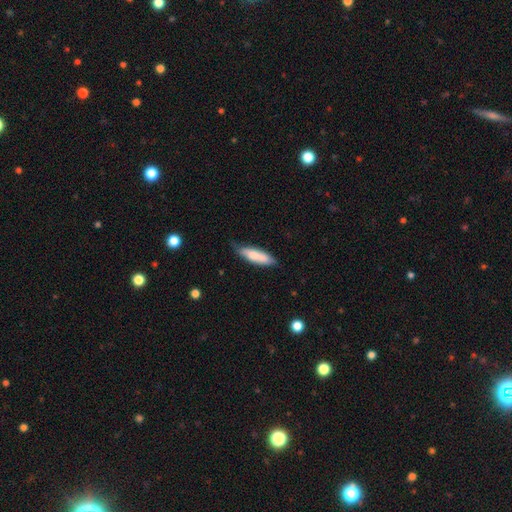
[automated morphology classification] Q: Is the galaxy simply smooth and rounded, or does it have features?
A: smooth — 77%.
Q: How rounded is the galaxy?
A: cigar-shaped — 57%.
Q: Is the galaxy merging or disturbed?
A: none — 69%.